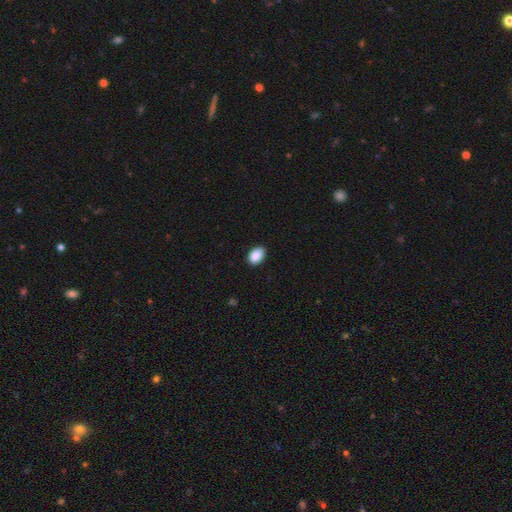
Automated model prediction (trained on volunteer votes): The model was most divided on "how rounded": in between: 85%, round: 14%, cigar-shaped: 1%. More confident: smooth or featured — smooth (89%); merging — none (88%).